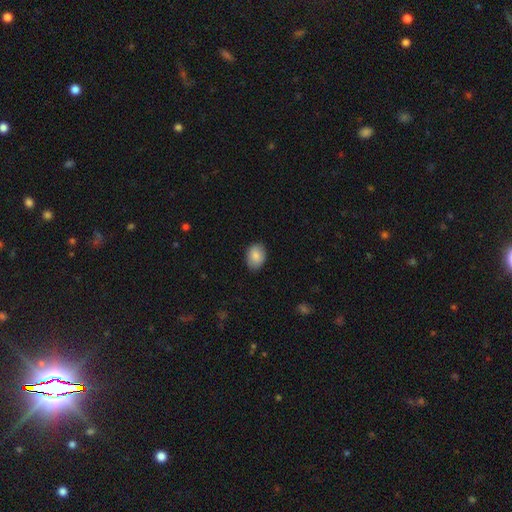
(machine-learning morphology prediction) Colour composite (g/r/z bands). It shows a smooth galaxy with no disk features (87%) that is in between round and cigar-shaped (74%). Merging: none (86%).